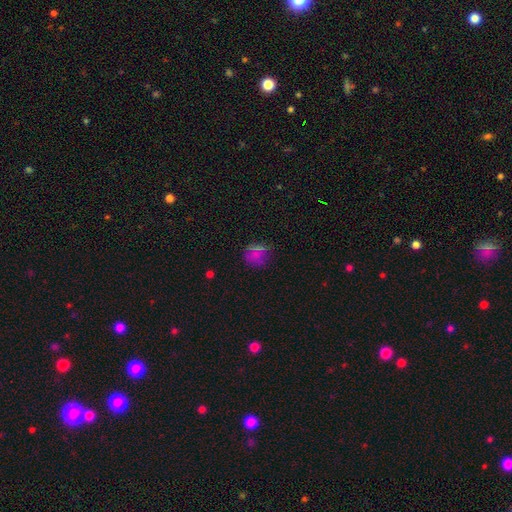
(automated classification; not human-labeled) Smooth or featured? Predicted: smooth (p=0.60). How rounded? Predicted: round (p=0.84). Merging? Predicted: none (p=0.73).